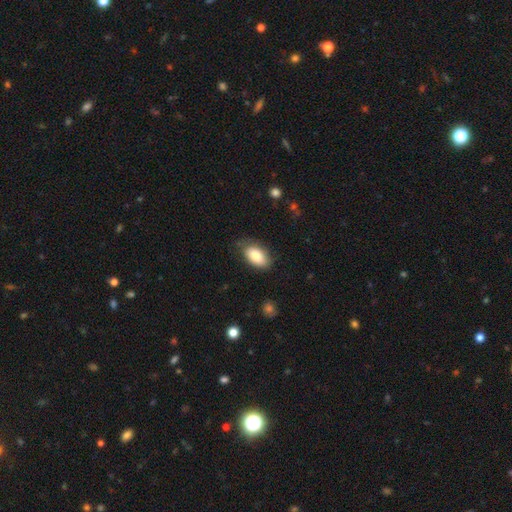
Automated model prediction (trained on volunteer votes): Overall: smooth (84%). How rounded: in between (94%). Merging: none (71%).